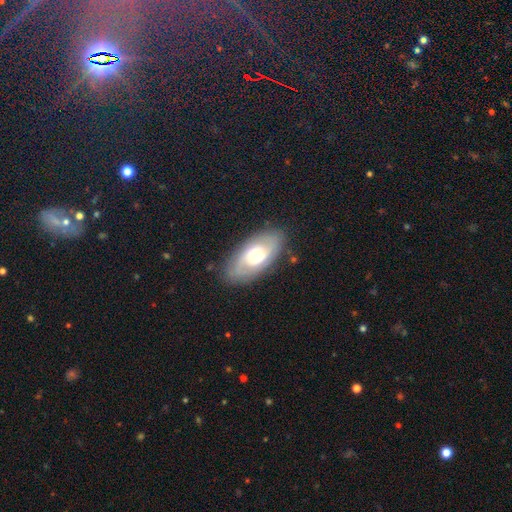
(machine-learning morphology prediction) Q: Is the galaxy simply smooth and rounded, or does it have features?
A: featured or disk — 61%.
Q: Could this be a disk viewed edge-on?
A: no — 90%.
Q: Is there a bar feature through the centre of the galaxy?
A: no — 52%.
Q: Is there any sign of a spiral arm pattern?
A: yes — 75%.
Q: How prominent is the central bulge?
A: moderate — 56%.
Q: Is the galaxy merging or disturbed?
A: none — 82%.